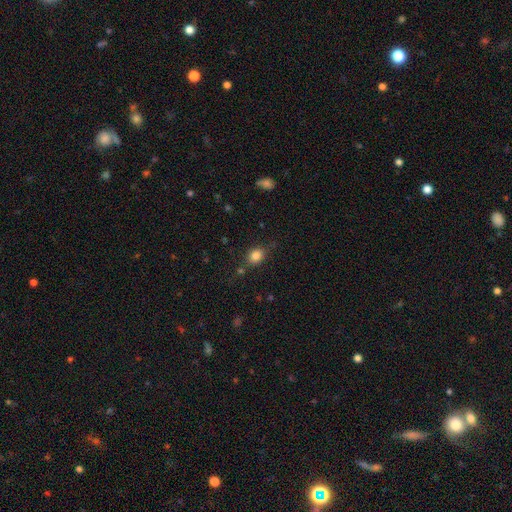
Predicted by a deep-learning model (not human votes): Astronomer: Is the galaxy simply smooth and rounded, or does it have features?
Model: smooth — 83%.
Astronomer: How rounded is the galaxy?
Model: round — 52% (runner-up: in between, 47%).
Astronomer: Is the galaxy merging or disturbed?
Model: none — 78%.